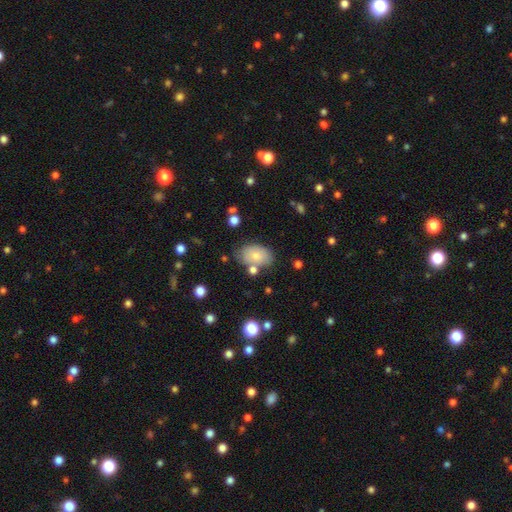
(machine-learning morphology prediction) Smooth or featured?
  - smooth: 74% *
  - featured or disk: 17%
  - star or artifact: 9%
How rounded?
  - in between: 87% *
  - round: 12%
  - cigar-shaped: 1%
Merging?
  - none: 70% *
  - minor disturbance: 17%
  - merger: 8%
  - major disturbance: 5%